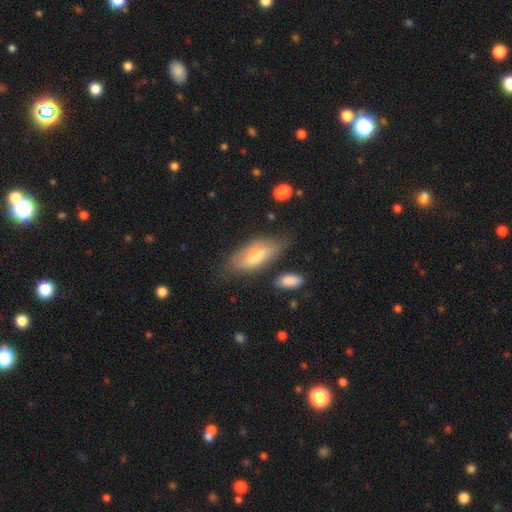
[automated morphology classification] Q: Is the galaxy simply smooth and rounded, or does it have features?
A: smooth — 68%.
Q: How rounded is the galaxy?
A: in between — 77%.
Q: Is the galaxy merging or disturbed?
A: none — 66%.